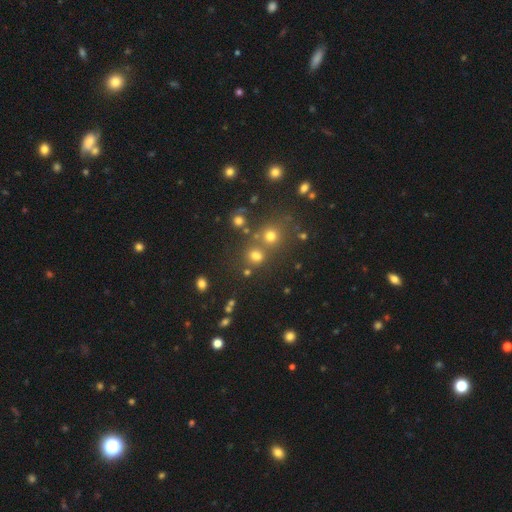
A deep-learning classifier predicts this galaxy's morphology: smooth-or-featured: smooth: 70% | star or artifact: 21% | featured or disk: 8%
  how-rounded: round: 80% | in between: 19% | cigar-shaped: 1%
  merging: none: 61% | merger: 25% | minor disturbance: 9% | major disturbance: 4%